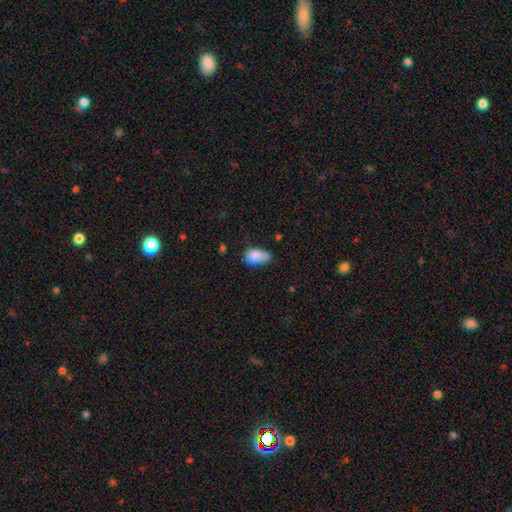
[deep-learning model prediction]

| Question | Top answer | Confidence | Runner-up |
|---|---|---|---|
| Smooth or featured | smooth | 81% | featured or disk (10%) |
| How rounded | in between | 89% | round (8%) |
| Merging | minor disturbance | 40% | none (36%) |